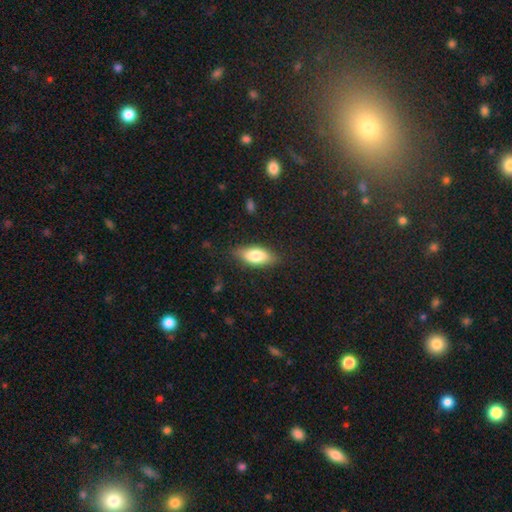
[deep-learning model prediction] smooth_or_featured: smooth (p=0.77) [alt: featured or disk p=0.16]
how_rounded: in between (p=0.84) [alt: cigar-shaped p=0.13]
merging: none (p=0.80) [alt: minor disturbance p=0.15]